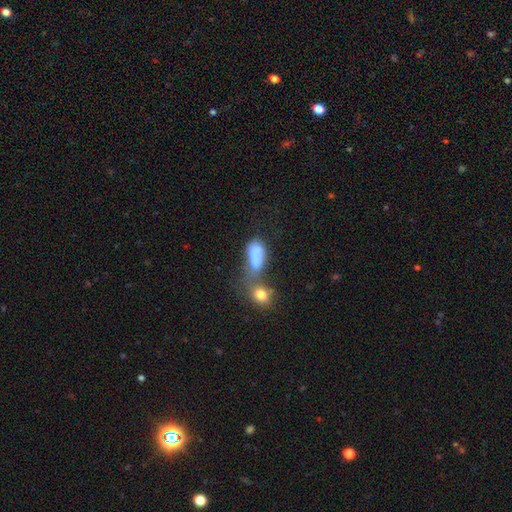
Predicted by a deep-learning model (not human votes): A smooth galaxy with no disk features (66%) that is in between round and cigar-shaped (78%).

Vote fractions:
- Smooth or featured? smooth: 66% / featured or disk: 22% / star or artifact: 12%
- How rounded? in between: 78% / round: 15% / cigar-shaped: 7%
- Merging? merger: 55% / none: 17% / major disturbance: 16% / minor disturbance: 12%